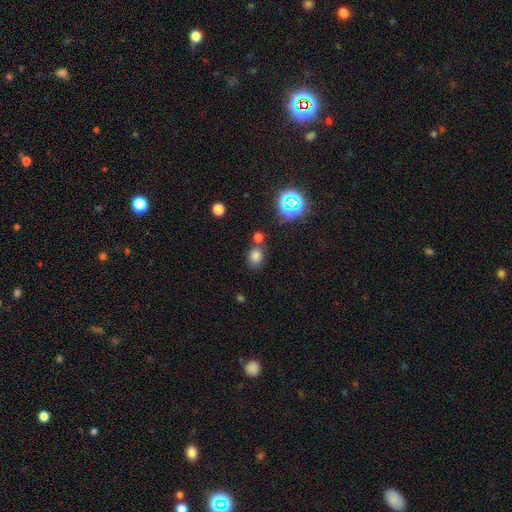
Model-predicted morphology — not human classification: A smooth galaxy with no disk features (74%) that is in between round and cigar-shaped (54%). Merging: none (65%).